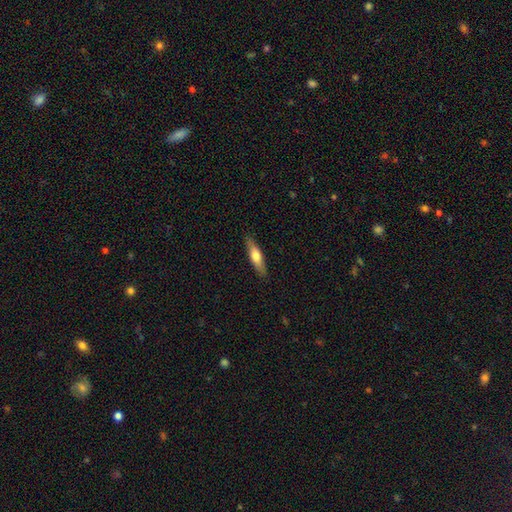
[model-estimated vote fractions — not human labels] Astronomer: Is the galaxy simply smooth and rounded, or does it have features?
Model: smooth — 61%.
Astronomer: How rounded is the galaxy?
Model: cigar-shaped — 70%.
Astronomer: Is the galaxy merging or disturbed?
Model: none — 87%.